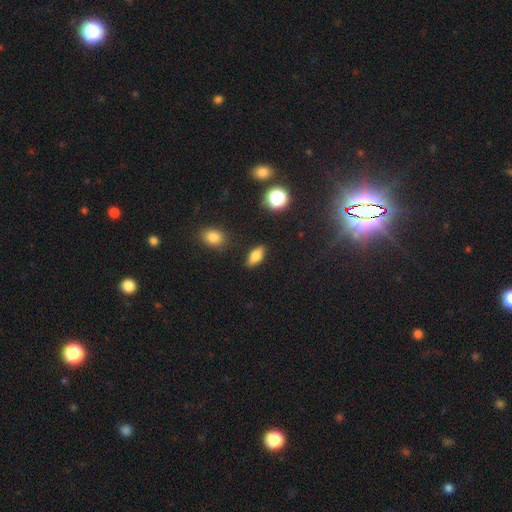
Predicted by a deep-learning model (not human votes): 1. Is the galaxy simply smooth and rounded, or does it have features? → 74% smooth, 16% featured or disk, 10% star or artifact.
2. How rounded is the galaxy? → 83% in between, 11% cigar-shaped, 5% round.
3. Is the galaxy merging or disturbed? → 86% none, 9% minor disturbance, 2% major disturbance, 2% merger.